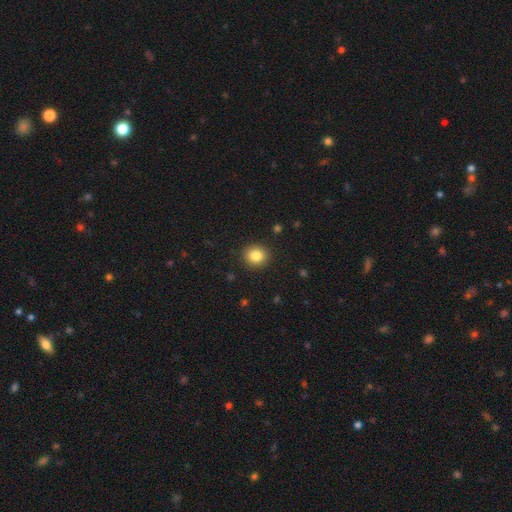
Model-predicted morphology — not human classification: This appears to be a smooth galaxy with no disk features (84%) that is round (82%). Merging: none (91%).